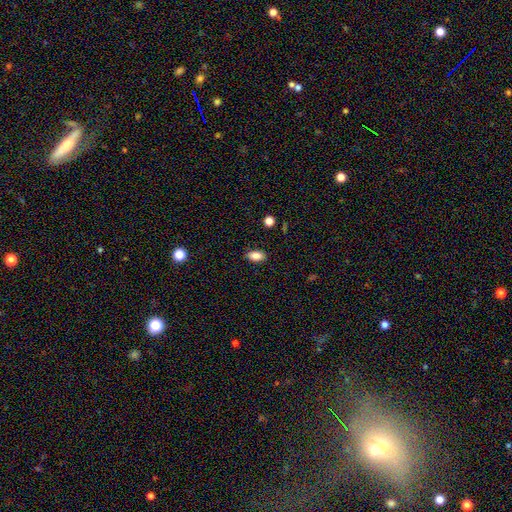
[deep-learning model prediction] The model was most divided on "smooth or featured": smooth: 84%, star or artifact: 9%, featured or disk: 7%. More confident: how rounded — in between (90%); merging — none (88%).